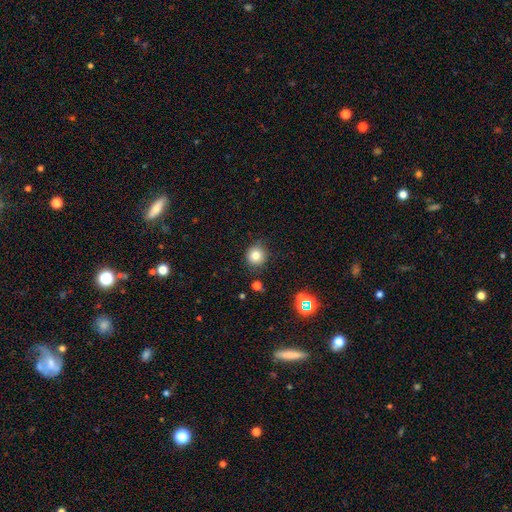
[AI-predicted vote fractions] Smooth or featured? Predicted: smooth (p=0.79). How rounded? Predicted: round (p=0.92). Merging? Predicted: none (p=0.87).